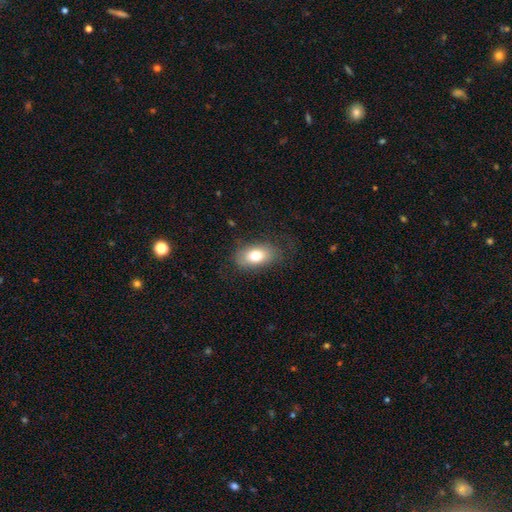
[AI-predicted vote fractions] smooth 75%, featured or disk 17%, star or artifact 8%. Down the decision tree: how rounded — in between (88%); merging — none (75%).